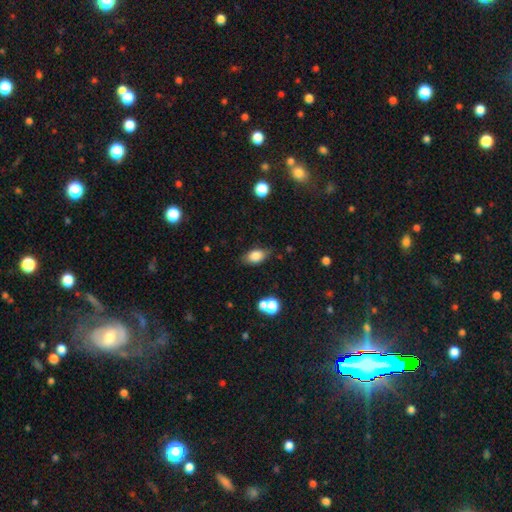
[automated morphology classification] smooth-or-featured: smooth: 81% | featured or disk: 10% | star or artifact: 9%
  how-rounded: in between: 88% | round: 9% | cigar-shaped: 4%
  merging: none: 79% | minor disturbance: 15% | major disturbance: 4% | merger: 2%